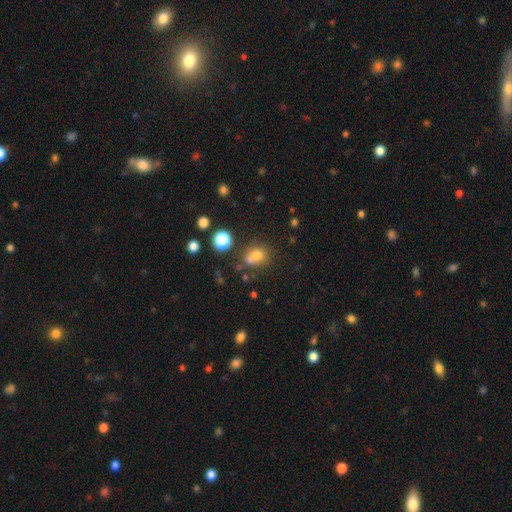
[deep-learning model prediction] Smooth or featured? smooth (71%)
How rounded? round (72%)
Merging? none (49%)